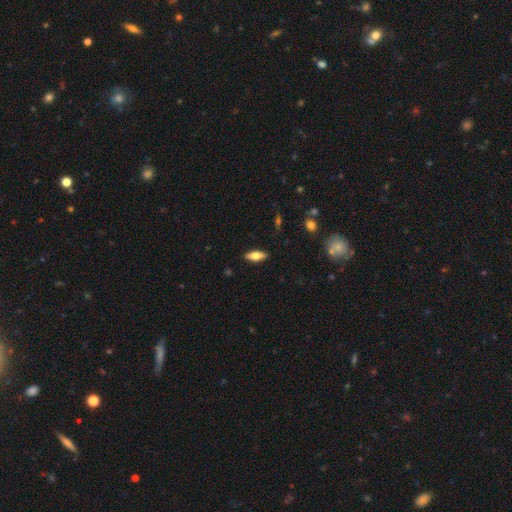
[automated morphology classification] smooth_or_featured: smooth (p=0.56) [alt: featured or disk p=0.37]
how_rounded: in between (p=0.64) [alt: cigar-shaped p=0.33]
merging: none (p=0.88) [alt: minor disturbance p=0.09]